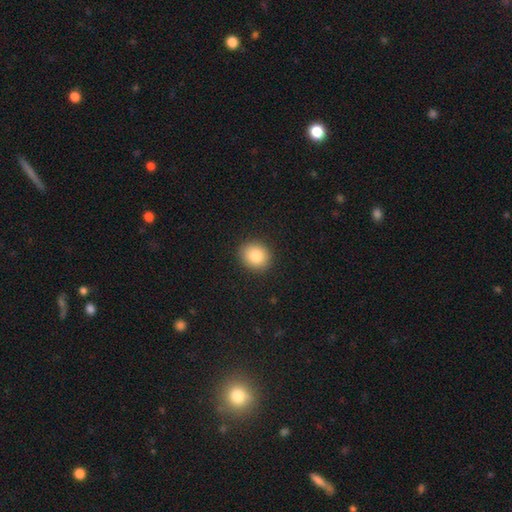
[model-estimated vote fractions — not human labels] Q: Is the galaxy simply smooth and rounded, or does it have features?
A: smooth — 83%.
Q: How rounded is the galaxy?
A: round — 79%.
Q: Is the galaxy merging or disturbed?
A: none — 91%.